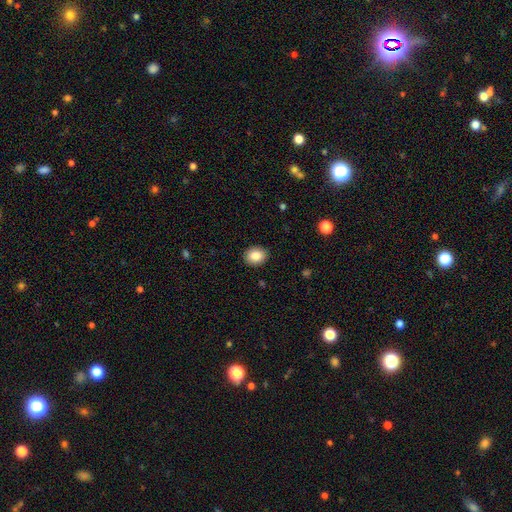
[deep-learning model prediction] The model was most divided on "how rounded": round: 53%, in between: 46%, cigar-shaped: 1%. More confident: merging — none (90%); smooth or featured — smooth (86%).